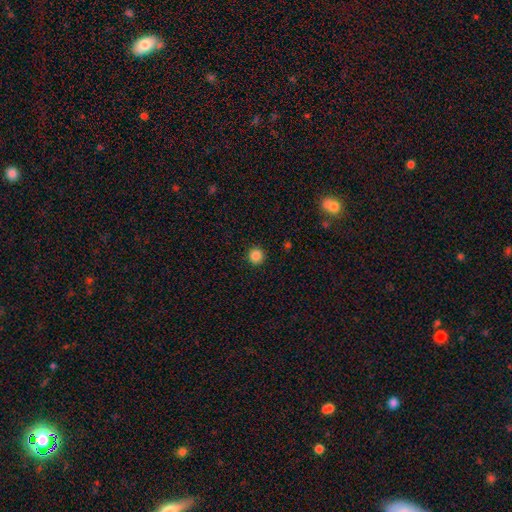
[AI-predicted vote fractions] smooth 86%, star or artifact 11%, featured or disk 3%. Down the decision tree: how rounded — round (96%); merging — none (93%).